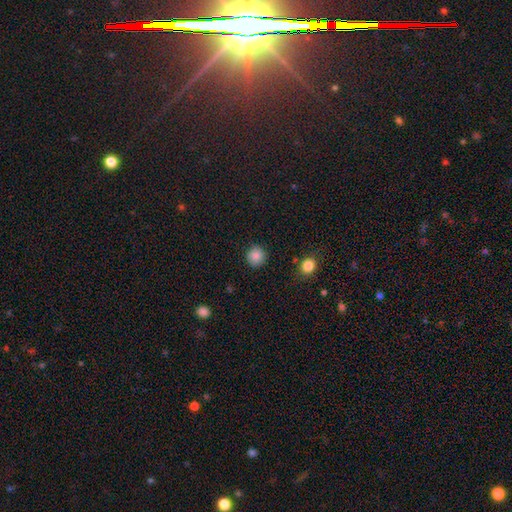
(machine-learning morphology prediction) This appears to be a smooth galaxy with no disk features (87%) that is round (93%). Merging: none (89%).